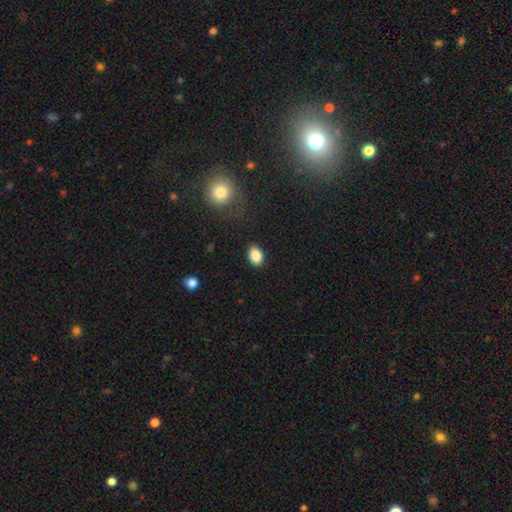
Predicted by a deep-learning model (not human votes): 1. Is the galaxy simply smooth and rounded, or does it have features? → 87% smooth, 9% star or artifact, 4% featured or disk.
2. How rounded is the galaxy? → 82% in between, 17% round, 1% cigar-shaped.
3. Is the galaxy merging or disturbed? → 88% none, 9% minor disturbance, 2% major disturbance, 1% merger.